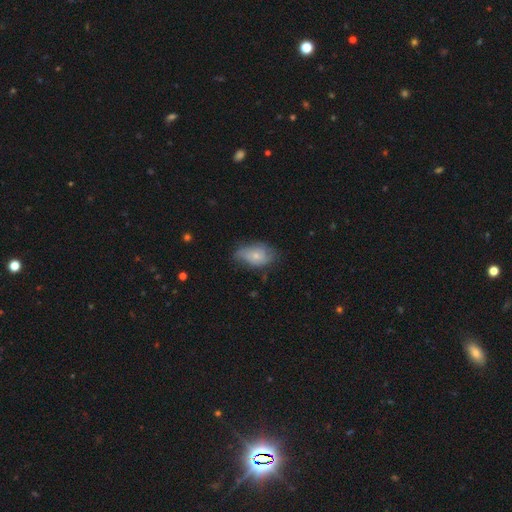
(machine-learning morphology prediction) type=smooth (57%); roundness=in between (87%); merging=none (51%).